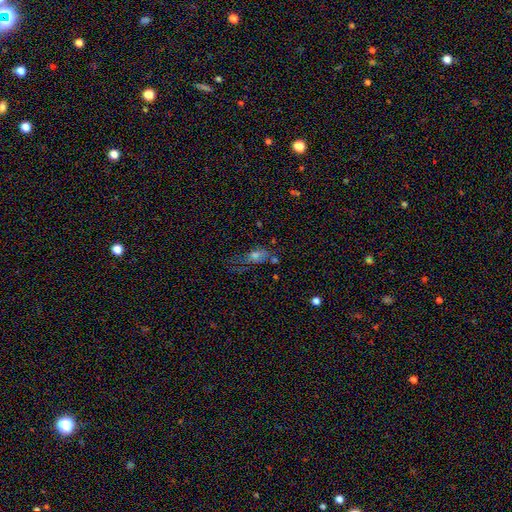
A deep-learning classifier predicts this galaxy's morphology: Smooth or featured? smooth (46%)
Merging? none (36%)